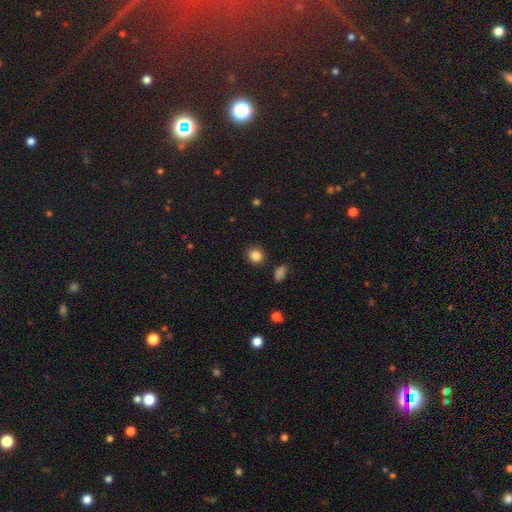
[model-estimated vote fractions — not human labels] Smooth or featured: smooth — 85% (star or artifact — 10%)
How rounded: round — 81% (in between — 18%)
Merging: none — 89% (minor disturbance — 7%)